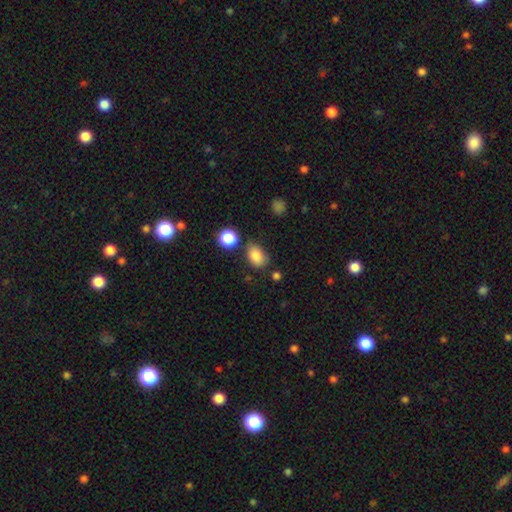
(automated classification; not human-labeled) Smooth or featured: smooth — 84% (star or artifact — 10%)
How rounded: in between — 79% (round — 20%)
Merging: none — 67% (minor disturbance — 20%)